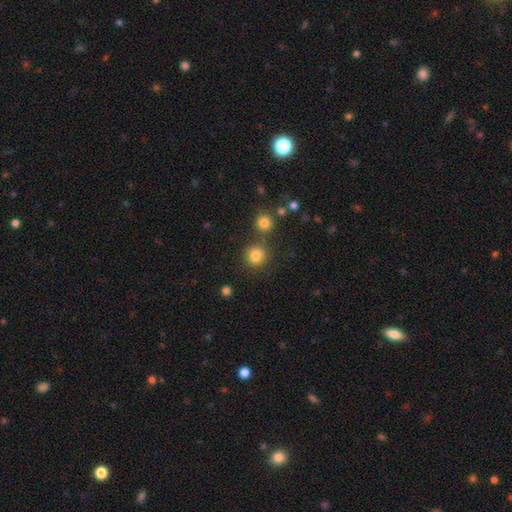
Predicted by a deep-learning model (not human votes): Smooth or featured? smooth (82%)
How rounded? round (89%)
Merging? none (76%)